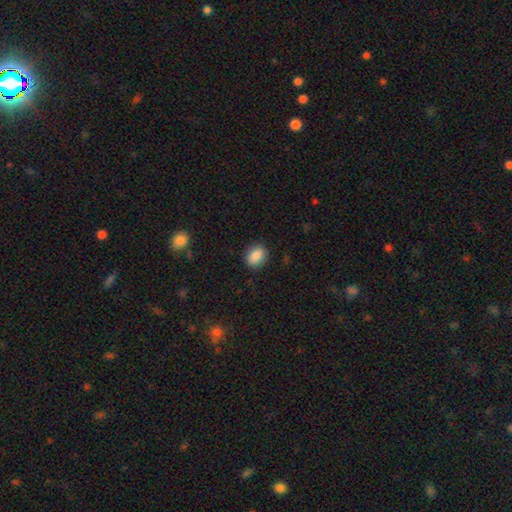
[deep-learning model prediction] Smooth or featured? Predicted: smooth (p=0.87). How rounded? Predicted: in between (p=0.61). Merging? Predicted: none (p=0.87).